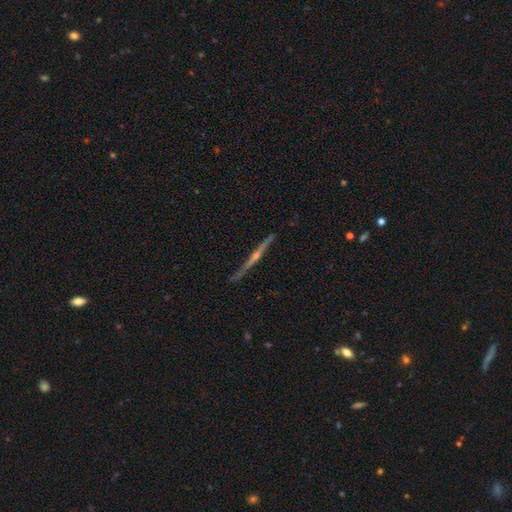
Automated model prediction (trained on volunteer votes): Smooth or featured: featured or disk — 83% (smooth — 11%)
Edge-on disk: yes — 98% (no — 2%)
Edge-on bulge: rounded — 80% (none — 15%)
Merging: none — 85% (minor disturbance — 11%)